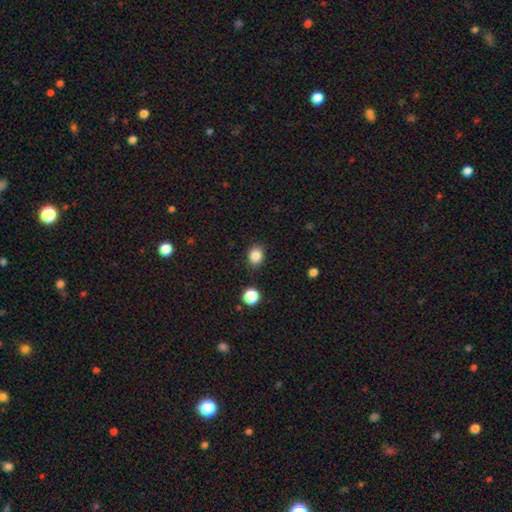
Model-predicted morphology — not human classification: Smooth or featured: smooth — 85% (star or artifact — 10%)
How rounded: round — 58% (in between — 42%)
Merging: none — 86% (minor disturbance — 9%)